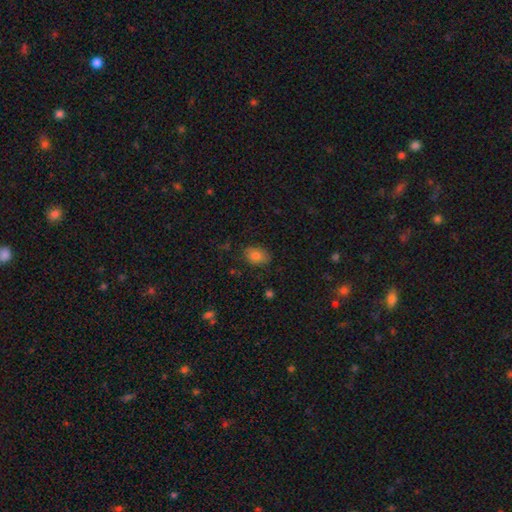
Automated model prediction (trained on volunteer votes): Overall: smooth (82%). How rounded: in between (82%). Merging: none (79%).